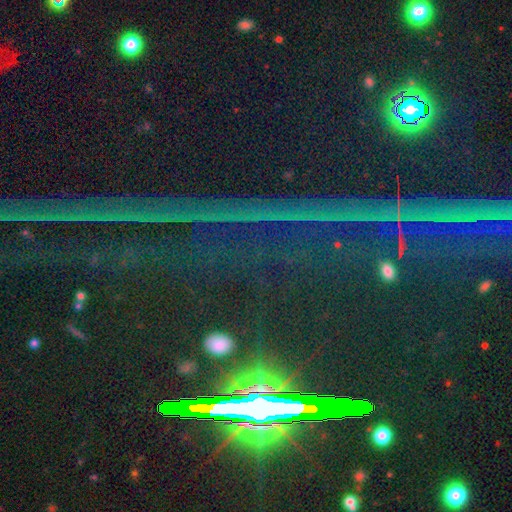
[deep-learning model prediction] The model was most divided on "smooth or featured": star or artifact: 85%, featured or disk: 8%, smooth: 7%.